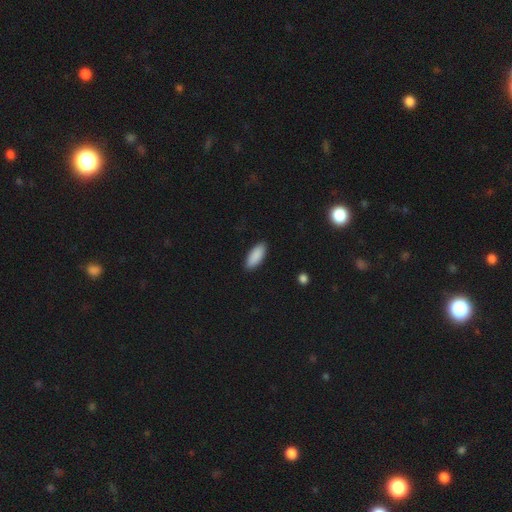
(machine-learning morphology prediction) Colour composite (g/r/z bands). It shows a smooth galaxy with no disk features (91%) that is in between round and cigar-shaped (83%). Merging: none (90%).